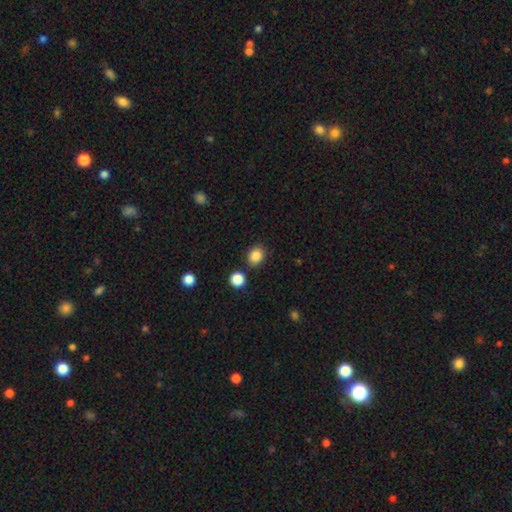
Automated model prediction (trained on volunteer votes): This is clearly a smooth galaxy (86%). How rounded: possibly round (59%). Merging: clearly none (83%).